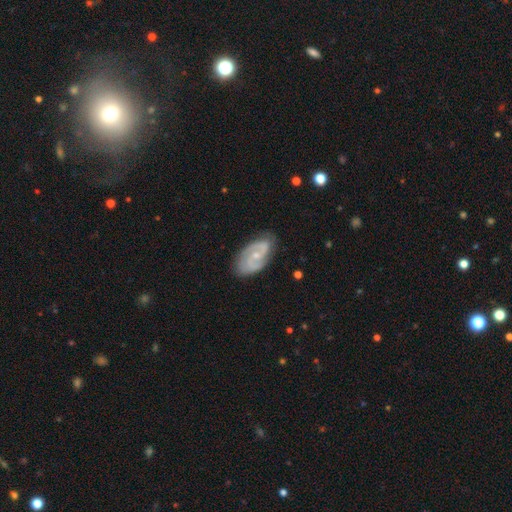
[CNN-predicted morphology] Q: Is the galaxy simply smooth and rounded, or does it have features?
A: featured or disk — 83%.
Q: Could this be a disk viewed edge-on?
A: no — 96%.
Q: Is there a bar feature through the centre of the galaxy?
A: no — 52%.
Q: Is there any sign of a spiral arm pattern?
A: yes — 95%.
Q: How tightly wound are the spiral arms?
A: medium — 48%.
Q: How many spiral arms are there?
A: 2 — 82%.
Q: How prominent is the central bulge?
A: small — 65%.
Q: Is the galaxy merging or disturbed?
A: none — 78%.